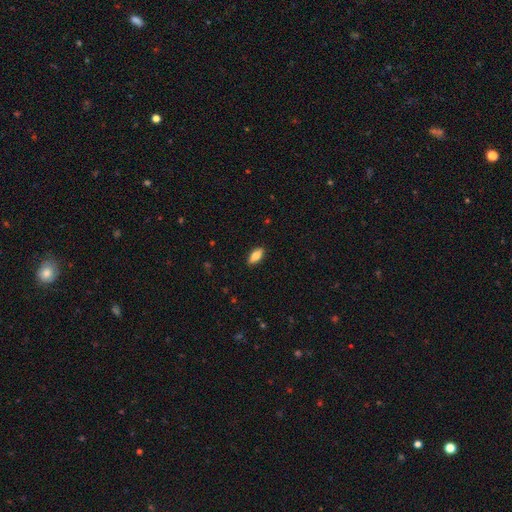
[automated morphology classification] Smooth or featured? Predicted: smooth (p=0.76). How rounded? Predicted: in between (p=0.81). Merging? Predicted: none (p=0.88).